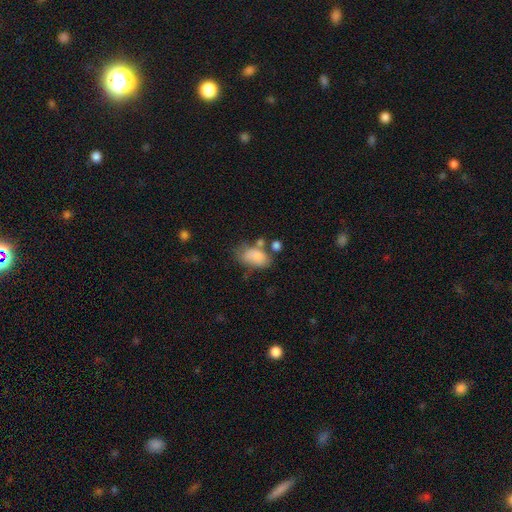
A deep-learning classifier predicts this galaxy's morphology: Smooth or featured?
  - smooth: 79% *
  - featured or disk: 13%
  - star or artifact: 8%
How rounded?
  - in between: 90% *
  - round: 8%
  - cigar-shaped: 2%
Merging?
  - none: 40% *
  - minor disturbance: 25%
  - merger: 21%
  - major disturbance: 15%